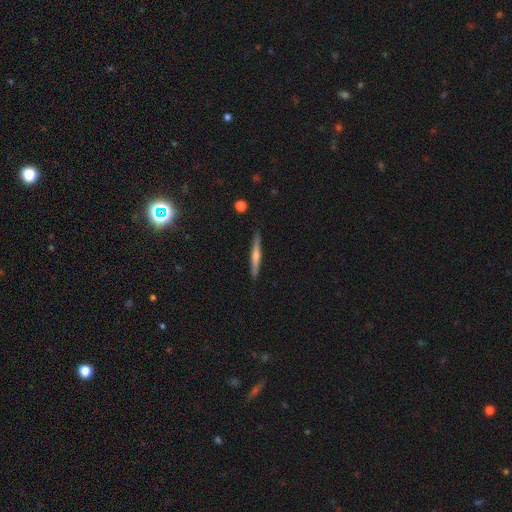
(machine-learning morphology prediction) smooth-or-featured: featured or disk: 60% | smooth: 32% | star or artifact: 7%
  disk-edge-on: yes: 97% | no: 3%
    edge-on-bulge: rounded: 73% | none: 20% | boxy: 7%
  merging: none: 90% | minor disturbance: 7% | major disturbance: 1% | merger: 1%